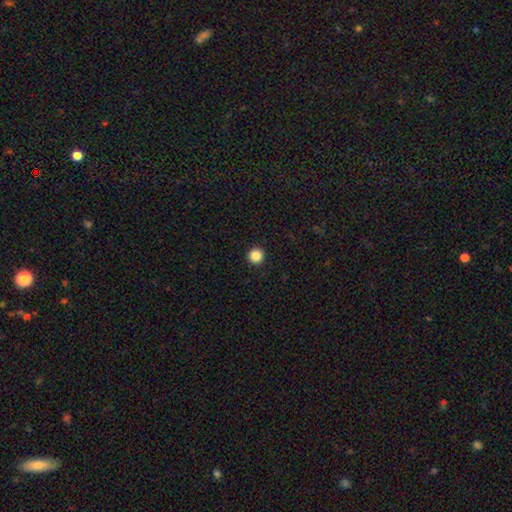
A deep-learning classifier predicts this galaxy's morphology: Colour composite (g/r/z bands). It shows a smooth galaxy with no disk features (87%) that is round (96%). Merging: none (94%).